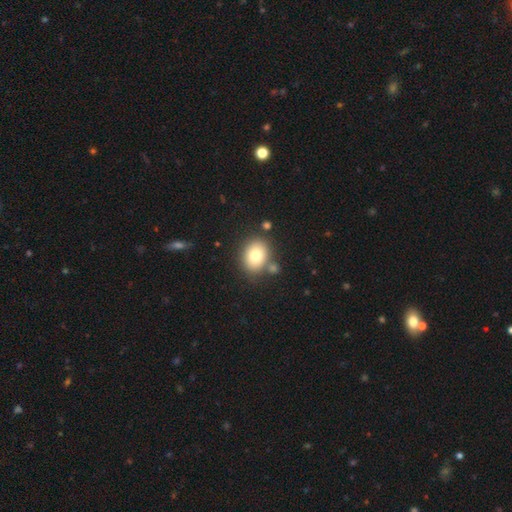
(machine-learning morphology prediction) type=smooth (80%); roundness=in between (59%); merging=none (74%).